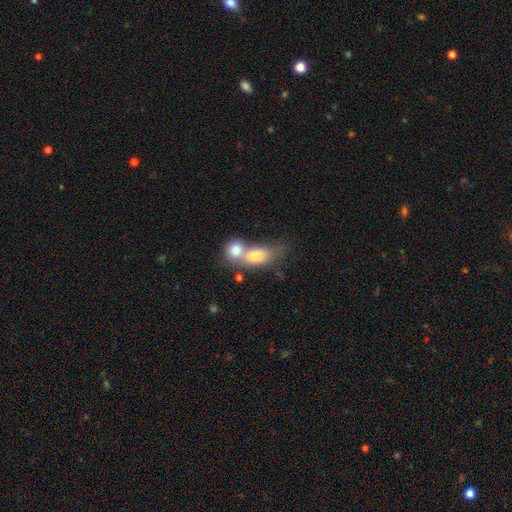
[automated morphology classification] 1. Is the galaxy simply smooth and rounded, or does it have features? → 77% smooth, 16% featured or disk, 7% star or artifact.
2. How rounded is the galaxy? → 72% in between, 21% round, 7% cigar-shaped.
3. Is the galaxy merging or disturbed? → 70% merger, 17% none, 7% minor disturbance, 6% major disturbance.